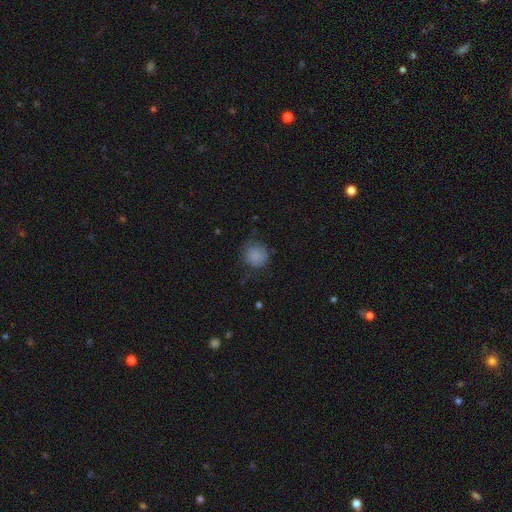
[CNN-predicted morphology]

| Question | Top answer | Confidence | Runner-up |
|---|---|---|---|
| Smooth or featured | smooth | 84% | star or artifact (10%) |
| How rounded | round | 88% | in between (11%) |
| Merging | none | 67% | minor disturbance (24%) |